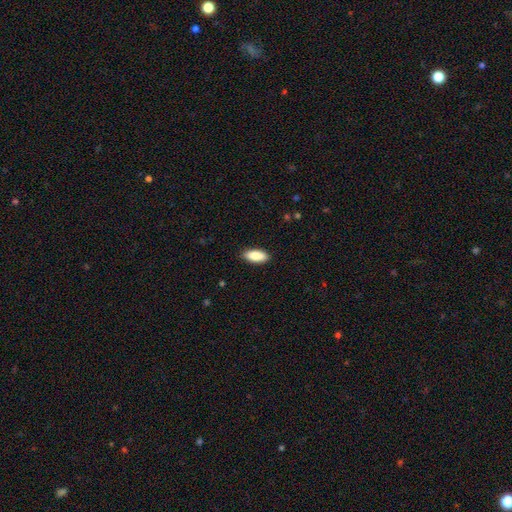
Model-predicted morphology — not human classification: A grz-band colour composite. It shows a smooth galaxy with no disk features (88%) that is in between round and cigar-shaped (82%). Merging: none (89%).